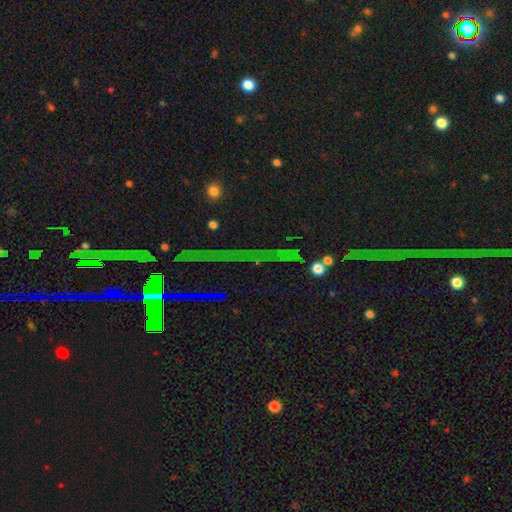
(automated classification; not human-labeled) Overall: star or artifact (85%).